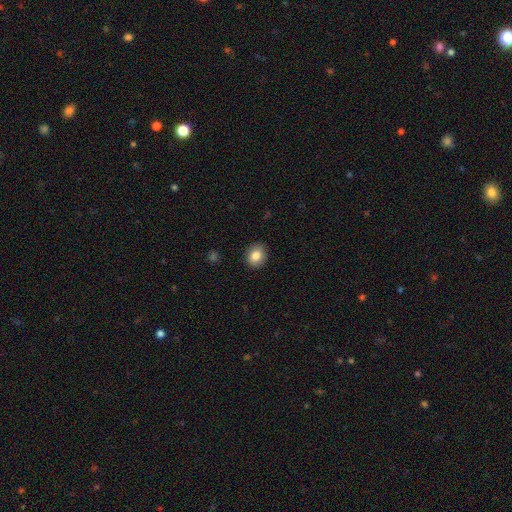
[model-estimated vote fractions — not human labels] A smooth galaxy with no disk features (85%) that is round (65%). Merging: none (90%).